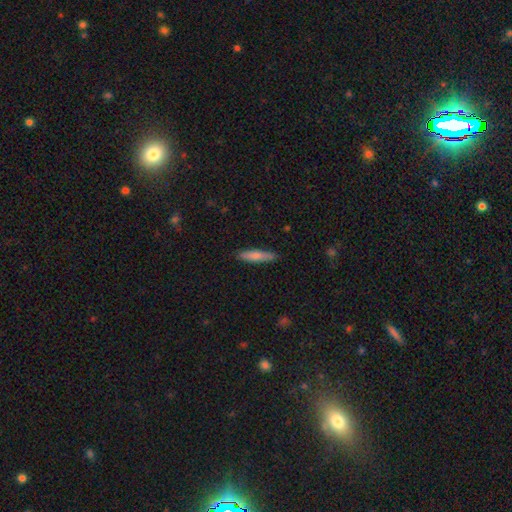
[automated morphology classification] Smooth or featured?
  - smooth: 78% *
  - featured or disk: 16%
  - star or artifact: 6%
How rounded?
  - cigar-shaped: 80% *
  - in between: 19%
  - round: 1%
Merging?
  - none: 88% *
  - minor disturbance: 9%
  - major disturbance: 2%
  - merger: 1%